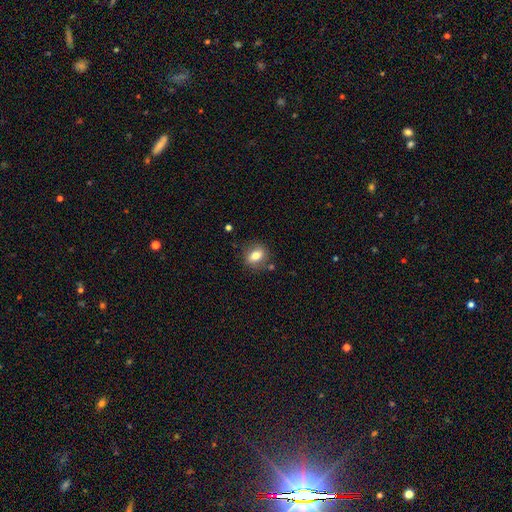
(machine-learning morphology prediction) type=smooth (76%); roundness=in between (52%); merging=none (81%).